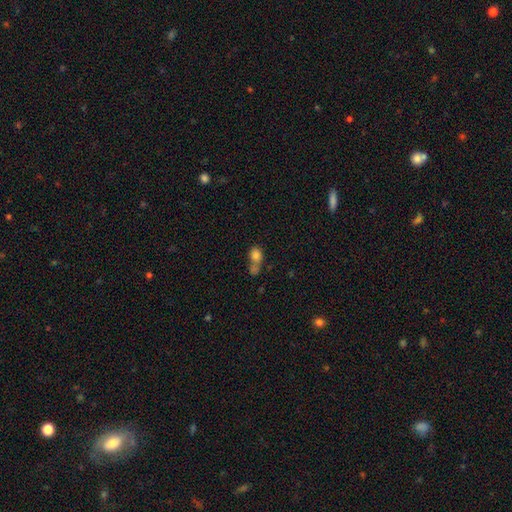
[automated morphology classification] A smooth galaxy with no disk features (78%) that is in between round and cigar-shaped (51%).

Vote fractions:
- Smooth or featured? smooth: 78% / featured or disk: 12% / star or artifact: 11%
- How rounded? in between: 51% / round: 47% / cigar-shaped: 2%
- Merging? merger: 55% / none: 25% / minor disturbance: 11% / major disturbance: 9%